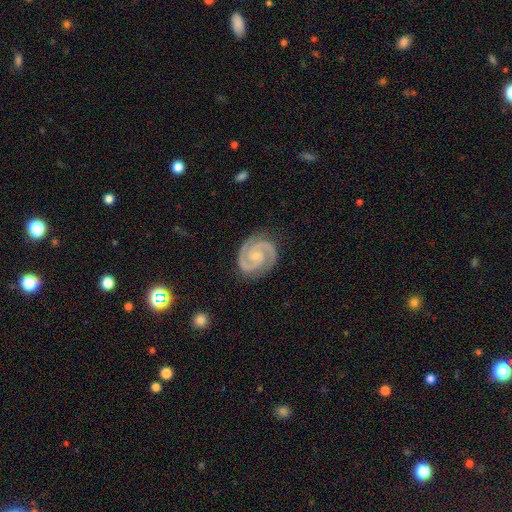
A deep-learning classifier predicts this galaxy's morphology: This is clearly a featured or disk galaxy (94%). It is clearly not viewed edge-on (98%). Bar: likely no (65%). Spiral arm pattern: clearly yes (99%). Spiral arm count: clearly 2 (94%). Spiral winding: likely tight (61%). Central bulge: likely small (66%). Merging: clearly none (86%).